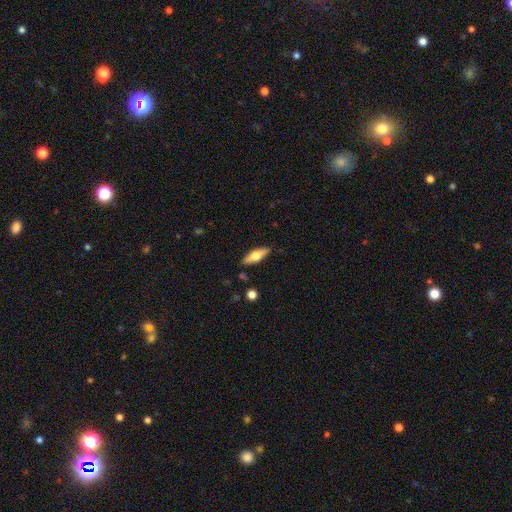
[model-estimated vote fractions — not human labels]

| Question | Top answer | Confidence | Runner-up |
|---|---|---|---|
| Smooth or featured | smooth | 57% | featured or disk (36%) |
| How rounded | in between | 56% | cigar-shaped (41%) |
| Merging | none | 86% | minor disturbance (10%) |